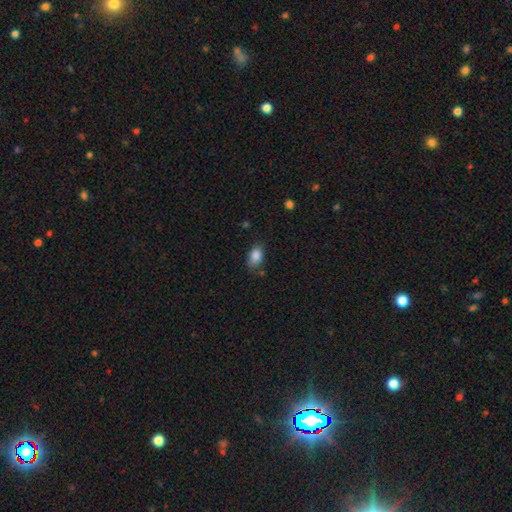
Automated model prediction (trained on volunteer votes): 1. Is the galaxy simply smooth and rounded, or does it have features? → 86% smooth, 9% star or artifact, 5% featured or disk.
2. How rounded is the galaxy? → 86% in between, 12% round, 2% cigar-shaped.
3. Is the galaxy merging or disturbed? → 74% none, 19% minor disturbance, 4% major disturbance, 3% merger.